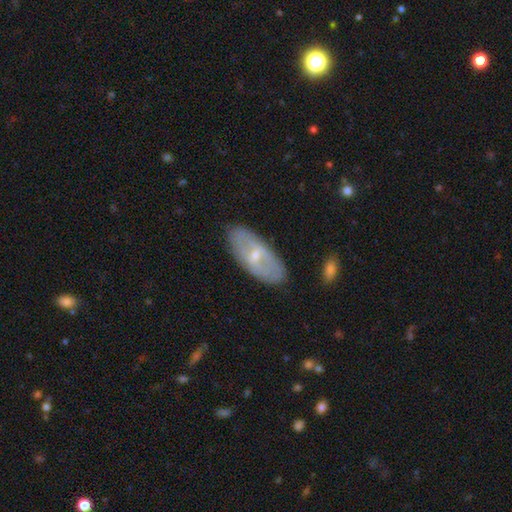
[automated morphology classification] Overall: featured or disk (57%; smooth 36%). Edge-on disk: no (82%). Merging: none (83%).